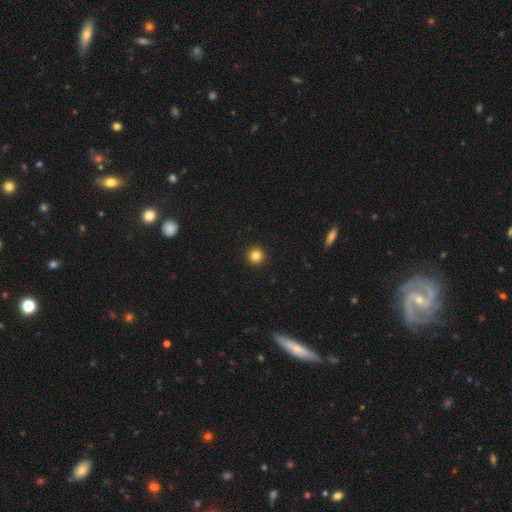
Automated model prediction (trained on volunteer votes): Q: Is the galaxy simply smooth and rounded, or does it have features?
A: smooth — 83%.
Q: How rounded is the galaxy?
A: round — 96%.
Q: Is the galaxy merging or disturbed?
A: none — 94%.